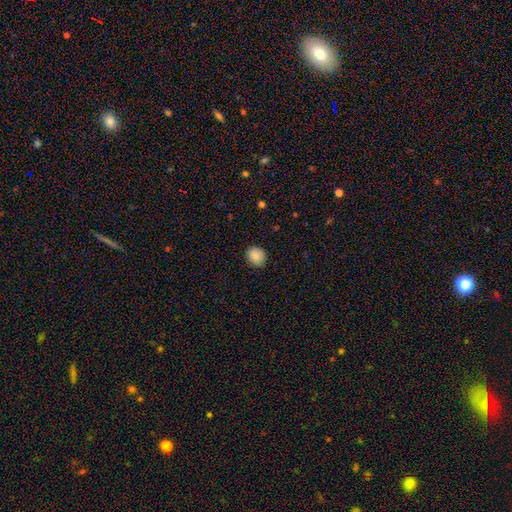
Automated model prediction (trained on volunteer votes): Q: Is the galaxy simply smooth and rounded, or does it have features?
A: smooth — 87%.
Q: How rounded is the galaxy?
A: round — 75%.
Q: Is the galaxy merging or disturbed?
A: none — 87%.